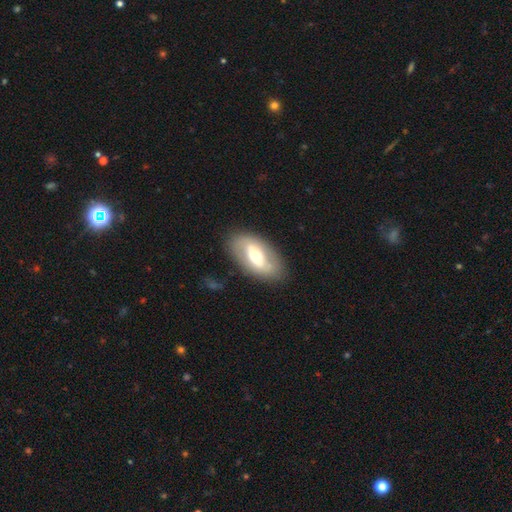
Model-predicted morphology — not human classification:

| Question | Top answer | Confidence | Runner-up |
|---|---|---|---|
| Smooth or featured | featured or disk | 53% | smooth (40%) |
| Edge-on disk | no | 87% | yes (13%) |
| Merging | none | 82% | minor disturbance (12%) |